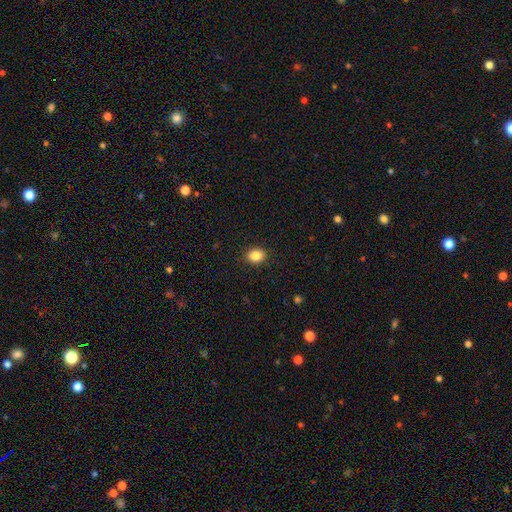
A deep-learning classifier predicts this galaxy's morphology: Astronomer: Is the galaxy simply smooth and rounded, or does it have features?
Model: smooth — 86%.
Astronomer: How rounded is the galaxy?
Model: in between — 55% (runner-up: round, 45%).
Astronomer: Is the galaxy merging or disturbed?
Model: none — 91%.